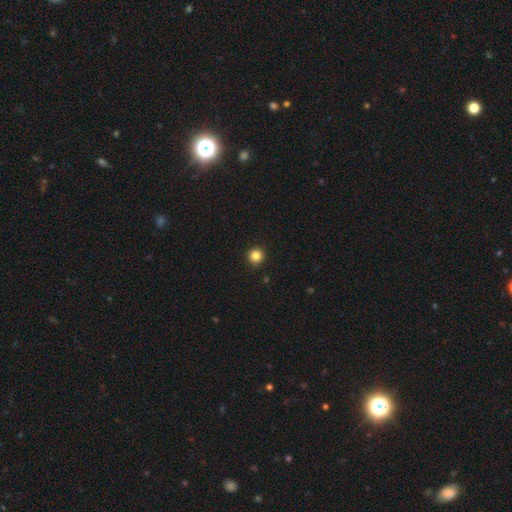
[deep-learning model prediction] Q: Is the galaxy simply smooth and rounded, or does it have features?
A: smooth — 84%.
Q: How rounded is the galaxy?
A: round — 95%.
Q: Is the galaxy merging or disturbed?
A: none — 93%.